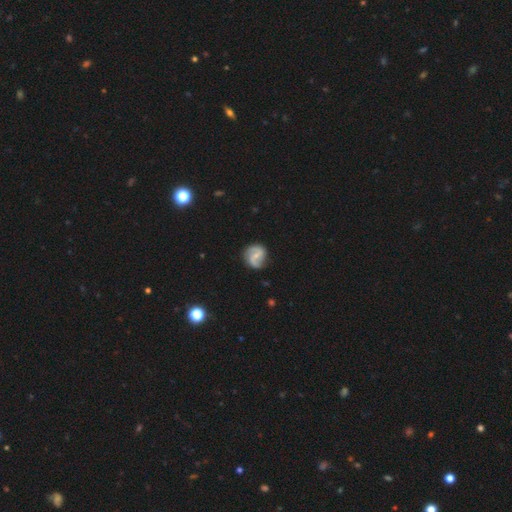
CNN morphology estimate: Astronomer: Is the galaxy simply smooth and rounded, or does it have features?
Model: featured or disk — 82%.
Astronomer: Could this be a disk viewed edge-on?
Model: no — 98%.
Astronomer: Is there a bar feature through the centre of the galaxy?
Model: weak — 49% (runner-up: no, 34%).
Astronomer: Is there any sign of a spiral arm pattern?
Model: yes — 96%.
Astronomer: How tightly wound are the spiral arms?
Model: medium — 47% (runner-up: loose, 35%).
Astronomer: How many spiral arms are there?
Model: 2 — 91%.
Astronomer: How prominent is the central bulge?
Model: small — 60%.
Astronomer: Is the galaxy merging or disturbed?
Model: none — 80%.